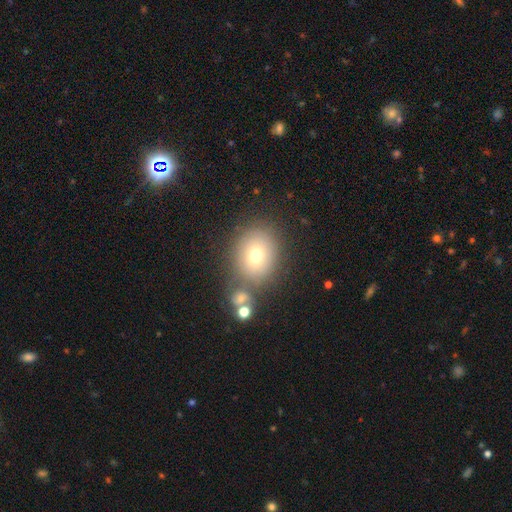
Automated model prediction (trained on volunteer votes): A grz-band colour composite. It shows a smooth galaxy with no disk features (66%) that is round (59%). Merging: none (75%).